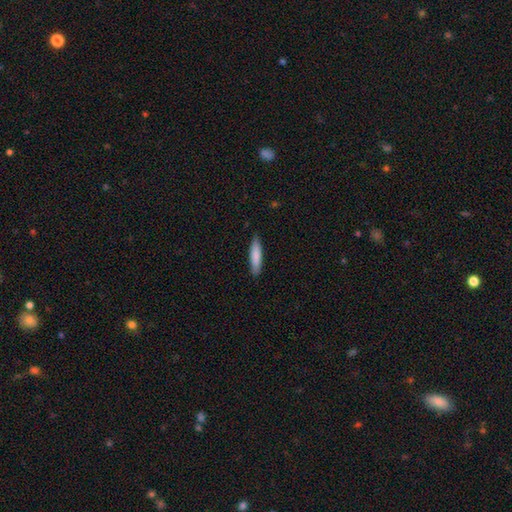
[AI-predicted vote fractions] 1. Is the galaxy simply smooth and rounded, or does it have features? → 82% smooth, 12% featured or disk, 5% star or artifact.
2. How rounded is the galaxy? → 80% cigar-shaped, 19% in between, 1% round.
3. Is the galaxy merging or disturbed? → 86% none, 11% minor disturbance, 2% major disturbance, 1% merger.